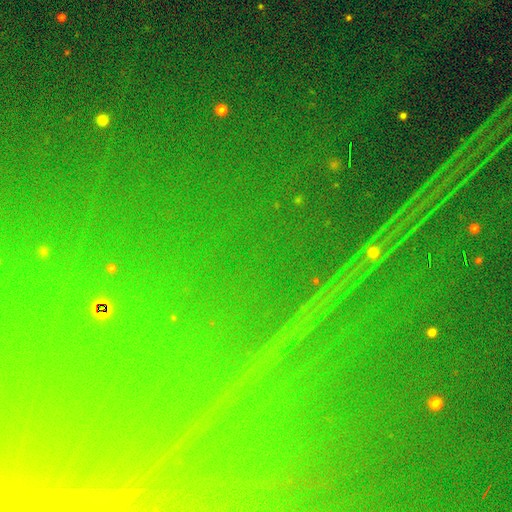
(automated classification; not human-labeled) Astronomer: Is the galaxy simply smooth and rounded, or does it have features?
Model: star or artifact — 84%.